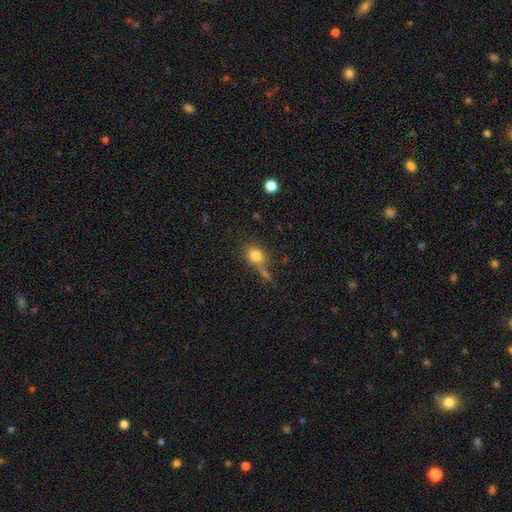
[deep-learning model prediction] This is clearly a smooth galaxy (80%). How rounded: possibly round (55%). Merging: possibly none (48%).